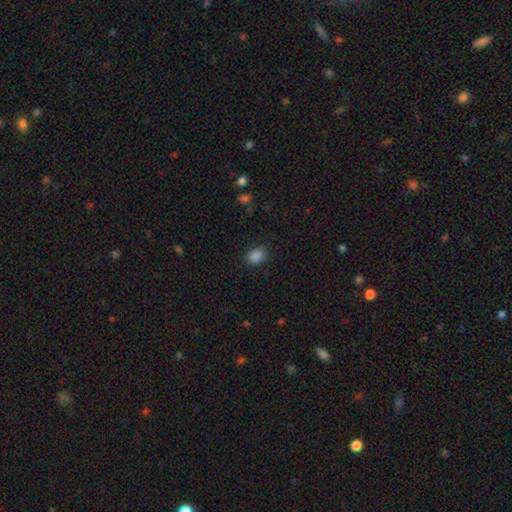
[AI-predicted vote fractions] The model was most divided on "how rounded": in between: 72%, round: 27%, cigar-shaped: 1%. More confident: smooth or featured — smooth (87%); merging — none (83%).